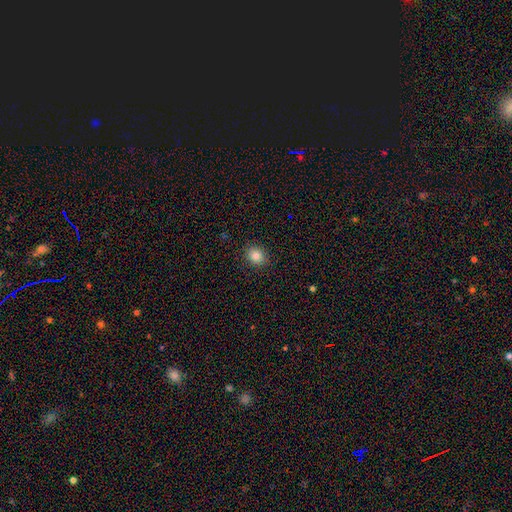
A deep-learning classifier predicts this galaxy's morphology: Smooth or featured: smooth — 86% (star or artifact — 10%)
How rounded: round — 69% (in between — 30%)
Merging: none — 89% (minor disturbance — 7%)